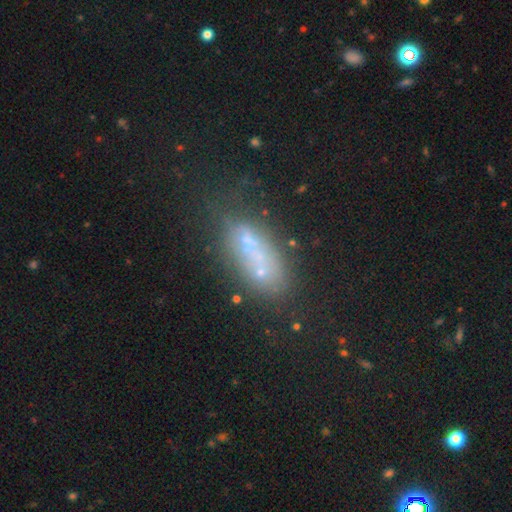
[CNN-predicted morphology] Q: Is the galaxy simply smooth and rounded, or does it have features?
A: smooth — 43%.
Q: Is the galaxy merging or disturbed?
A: none — 45%.